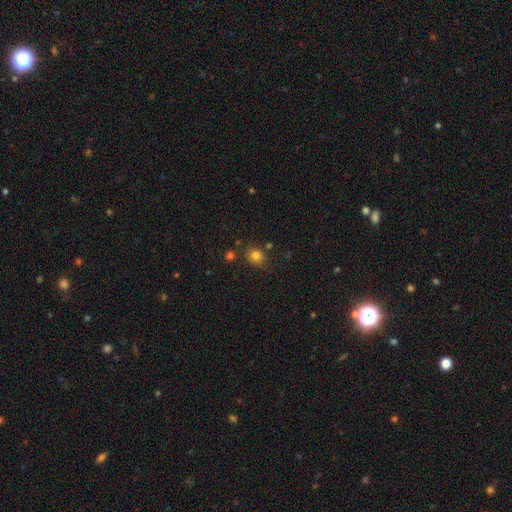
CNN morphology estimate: A smooth galaxy with no disk features (80%) that is round (75%). Merging: none (76%).